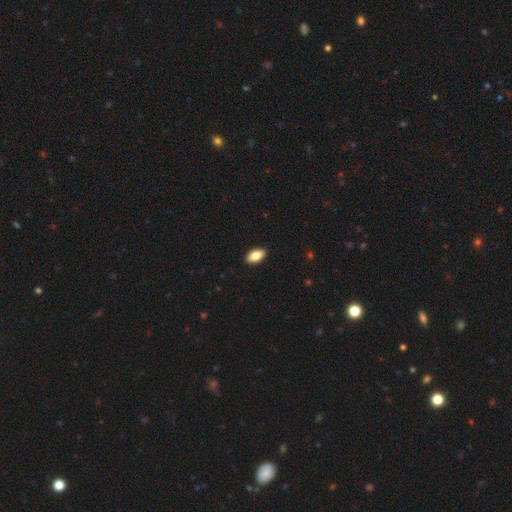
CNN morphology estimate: smooth 86%, featured or disk 7%, star or artifact 7%. Down the decision tree: how rounded — in between (93%); merging — none (90%).